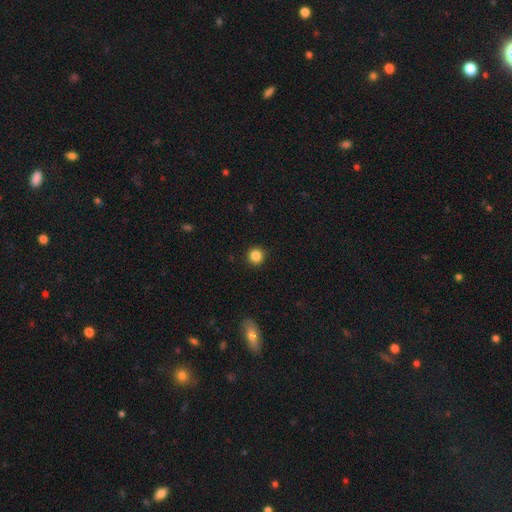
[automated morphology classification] A smooth galaxy with no disk features (86%) that is round (94%). Merging: none (92%).